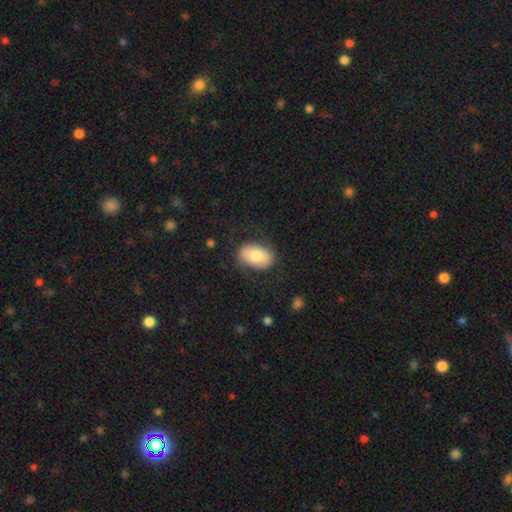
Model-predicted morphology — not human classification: A smooth galaxy with no disk features (73%) that is in between round and cigar-shaped (85%).

Vote fractions:
- Smooth or featured? smooth: 73% / featured or disk: 21% / star or artifact: 6%
- How rounded? in between: 85% / round: 14% / cigar-shaped: 1%
- Merging? none: 76% / minor disturbance: 16% / major disturbance: 7% / merger: 1%